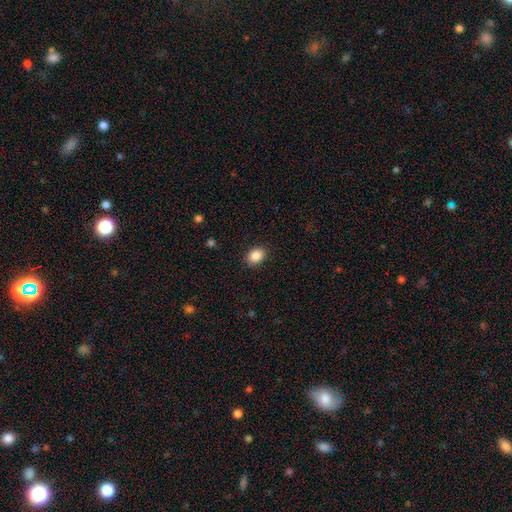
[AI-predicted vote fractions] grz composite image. It shows a smooth galaxy with no disk features (88%) that is in between round and cigar-shaped (57%). Merging: none (88%).